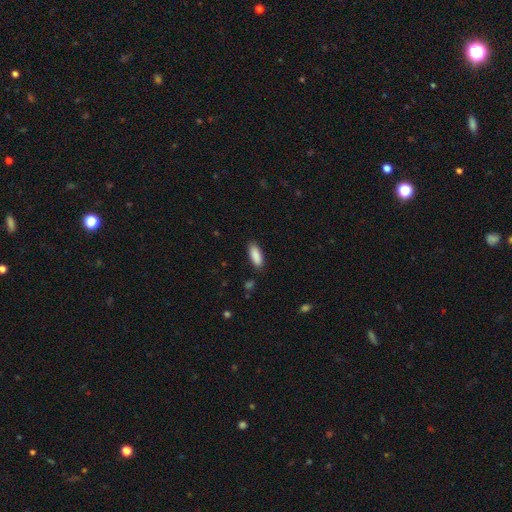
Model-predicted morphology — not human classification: This is clearly a smooth galaxy (90%). How rounded: likely in between (75%). Merging: clearly none (86%).